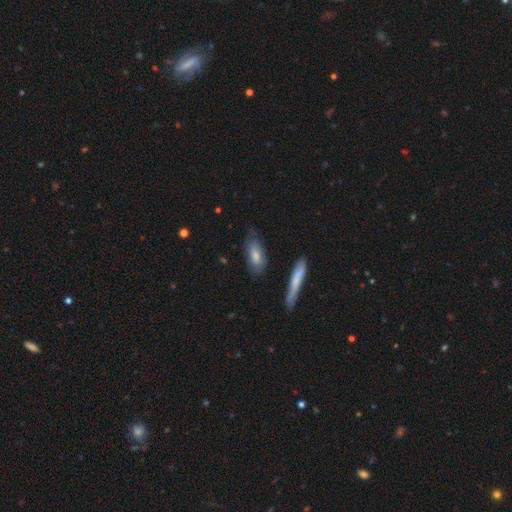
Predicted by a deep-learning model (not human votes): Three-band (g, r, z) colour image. It shows a smooth galaxy with no disk features (70%) that is in between round and cigar-shaped (73%). Merging: none (67%).